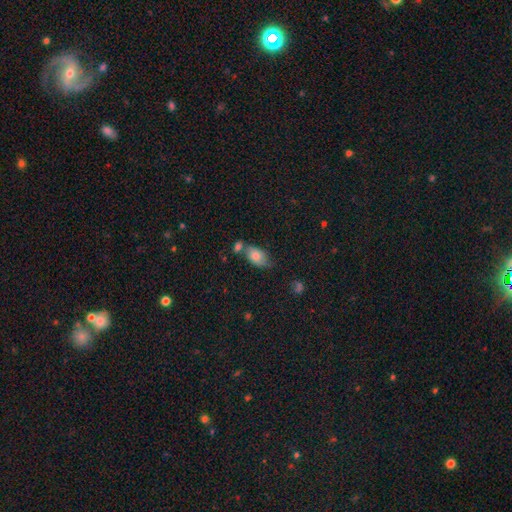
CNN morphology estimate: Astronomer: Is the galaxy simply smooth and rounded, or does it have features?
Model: smooth — 78%.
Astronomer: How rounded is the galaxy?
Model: in between — 88%.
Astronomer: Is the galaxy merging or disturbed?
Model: none — 46% (runner-up: merger, 25%).